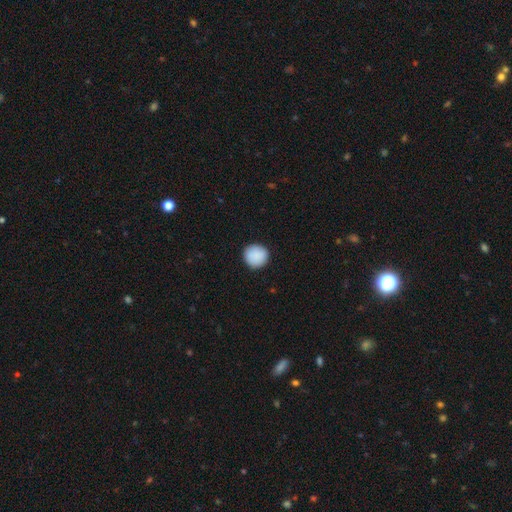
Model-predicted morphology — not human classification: smooth 90%, star or artifact 7%, featured or disk 3%. Down the decision tree: how rounded — round (95%); merging — none (91%).